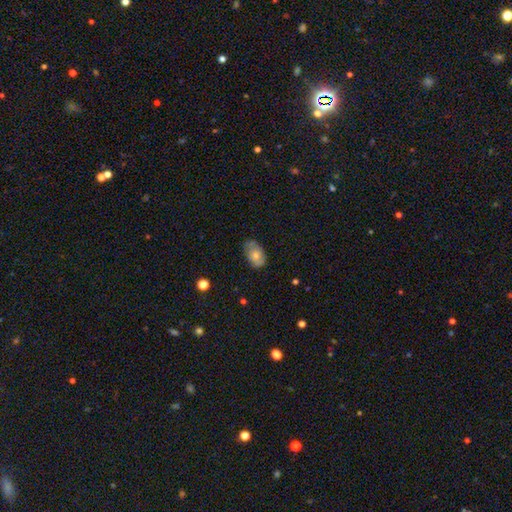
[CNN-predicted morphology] smooth 70%, featured or disk 22%, star or artifact 8%. Down the decision tree: how rounded — in between (88%); merging — none (62%).